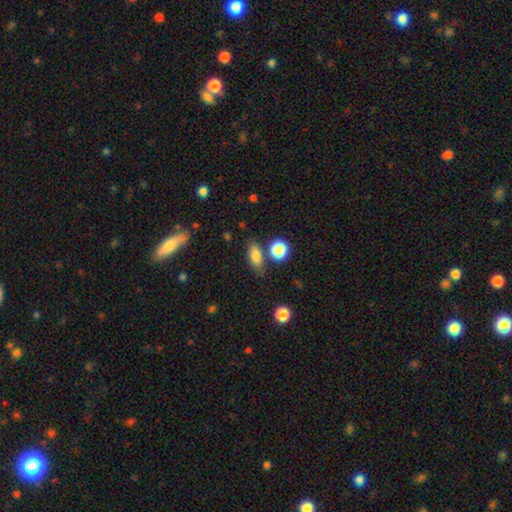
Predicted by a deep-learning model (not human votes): This is likely a smooth galaxy (78%). How rounded: likely in between (70%). Merging: likely none (72%).